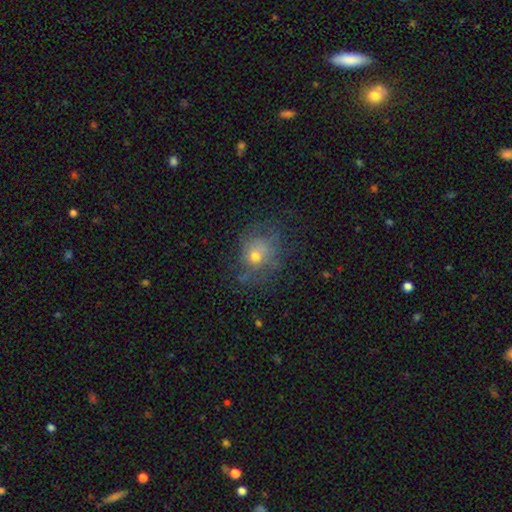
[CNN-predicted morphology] Smooth or featured?
  - smooth: 54% *
  - featured or disk: 31%
  - star or artifact: 16%
How rounded?
  - round: 66% *
  - in between: 33%
  - cigar-shaped: 1%
Merging?
  - none: 52% *
  - major disturbance: 23%
  - minor disturbance: 22%
  - merger: 2%